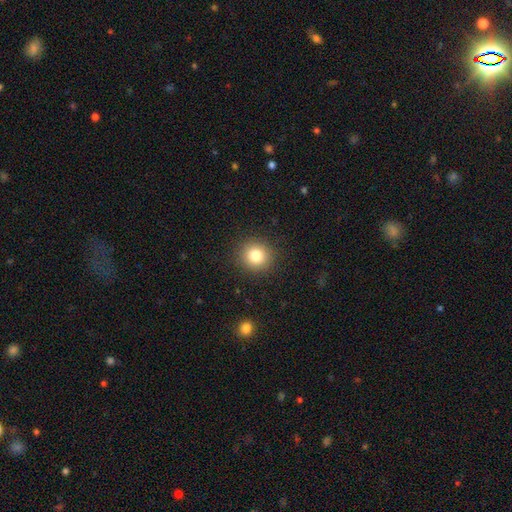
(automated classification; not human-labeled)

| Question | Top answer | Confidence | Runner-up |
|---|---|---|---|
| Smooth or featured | smooth | 82% | star or artifact (11%) |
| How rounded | round | 90% | in between (9%) |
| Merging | none | 91% | minor disturbance (6%) |